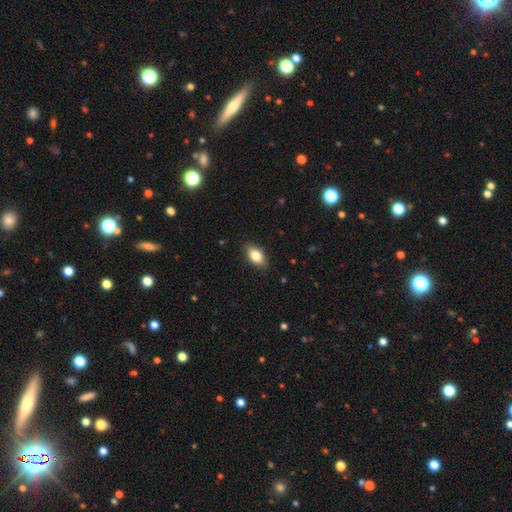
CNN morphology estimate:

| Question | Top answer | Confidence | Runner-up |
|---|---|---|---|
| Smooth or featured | smooth | 79% | featured or disk (13%) |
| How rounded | in between | 86% | round (10%) |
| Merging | none | 85% | minor disturbance (12%) |